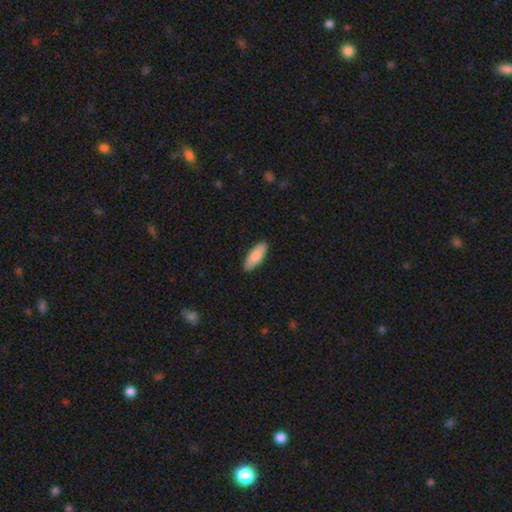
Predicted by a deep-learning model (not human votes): Smooth or featured? smooth (88%)
How rounded? in between (70%)
Merging? none (88%)